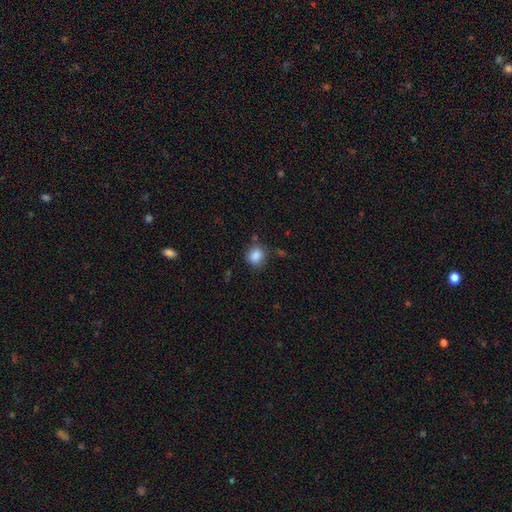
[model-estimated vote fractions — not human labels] Smooth or featured: smooth — 86% (star or artifact — 10%)
How rounded: round — 73% (in between — 26%)
Merging: none — 75% (minor disturbance — 16%)